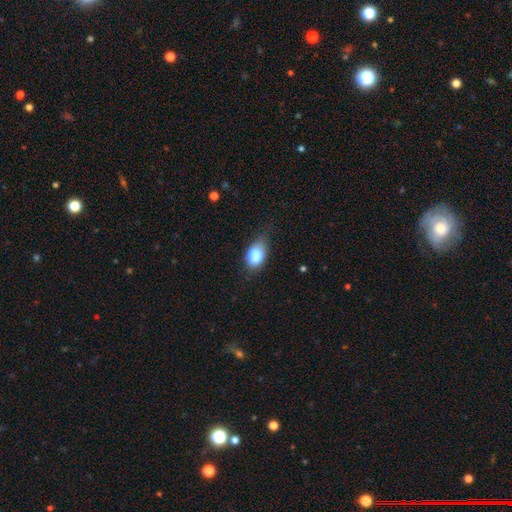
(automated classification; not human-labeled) Q: Smooth or featured?
A: smooth (82%); runner-up: featured or disk (10%)
Q: How rounded?
A: in between (82%); runner-up: round (16%)
Q: Merging?
A: none (53%); runner-up: minor disturbance (35%)